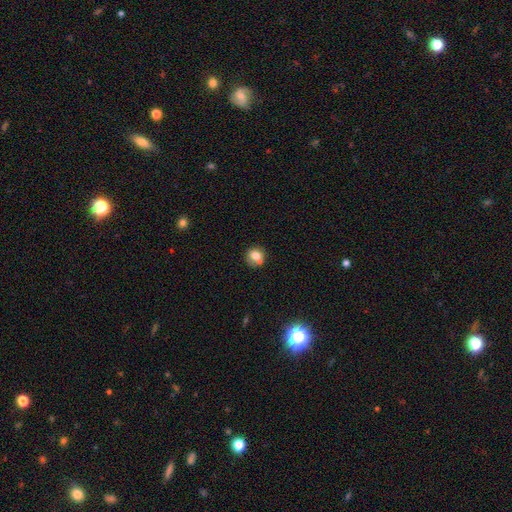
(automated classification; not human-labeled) This is likely a smooth galaxy (73%). How rounded: clearly round (81%). Merging: likely none (67%).